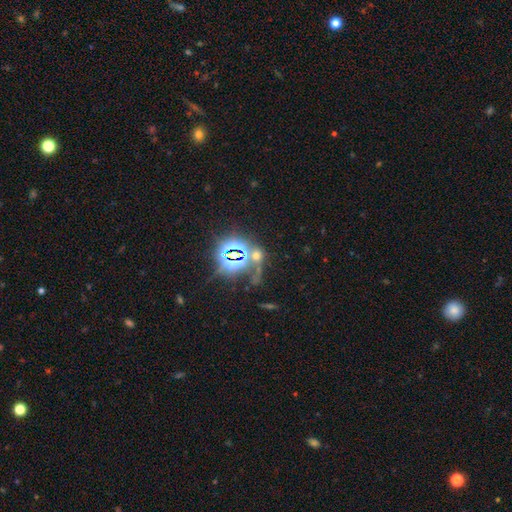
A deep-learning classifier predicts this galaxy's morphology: smooth-or-featured: star or artifact: 61% | smooth: 29% | featured or disk: 9%